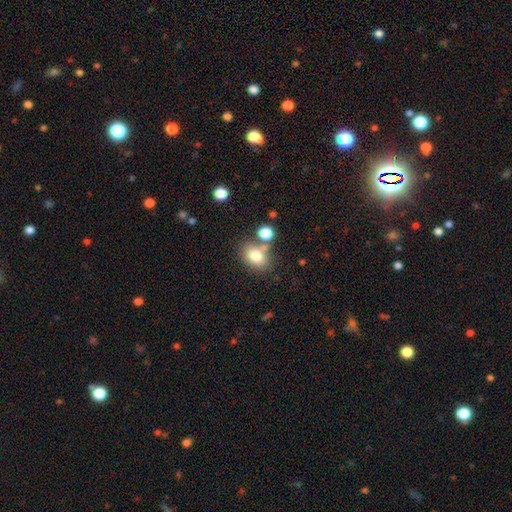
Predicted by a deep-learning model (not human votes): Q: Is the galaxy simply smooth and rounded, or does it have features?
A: smooth — 78%.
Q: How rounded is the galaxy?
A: in between — 67%.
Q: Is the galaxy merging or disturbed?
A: none — 61%.